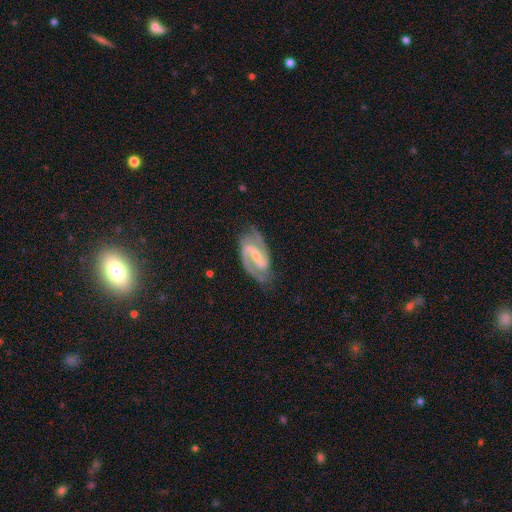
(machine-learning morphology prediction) smooth_or_featured: featured or disk (p=0.92) [alt: star or artifact p=0.04]
disk_edge_on: no (p=0.98) [alt: yes p=0.02]
bar: weak (p=0.43) [alt: strong p=0.41]
has_spiral_arms: yes (p=0.98) [alt: no p=0.02]
spiral_winding: medium (p=0.58) [alt: tight p=0.31]
spiral_arm_count: 2 (p=0.93) [alt: 3 p=0.02]
bulge_size: small (p=0.59) [alt: moderate p=0.29]
merging: none (p=0.80) [alt: minor disturbance p=0.15]